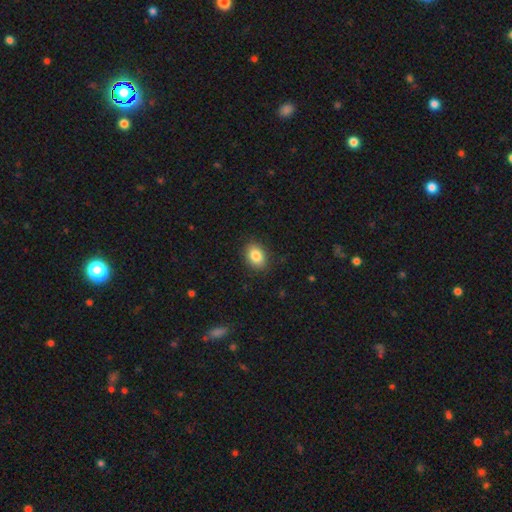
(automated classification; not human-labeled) Smooth or featured?
  - smooth: 85% *
  - star or artifact: 8%
  - featured or disk: 7%
How rounded?
  - in between: 75% *
  - round: 24%
  - cigar-shaped: 1%
Merging?
  - none: 88% *
  - minor disturbance: 9%
  - major disturbance: 2%
  - merger: 1%